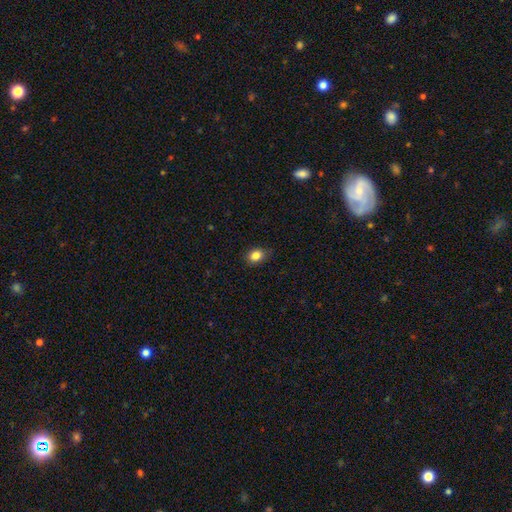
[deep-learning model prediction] A smooth galaxy with no disk features (85%) that is in between round and cigar-shaped (59%).

Vote fractions:
- Smooth or featured? smooth: 85% / star or artifact: 10% / featured or disk: 5%
- How rounded? in between: 59% / round: 40% / cigar-shaped: 1%
- Merging? none: 82% / minor disturbance: 15% / major disturbance: 3% / merger: 1%